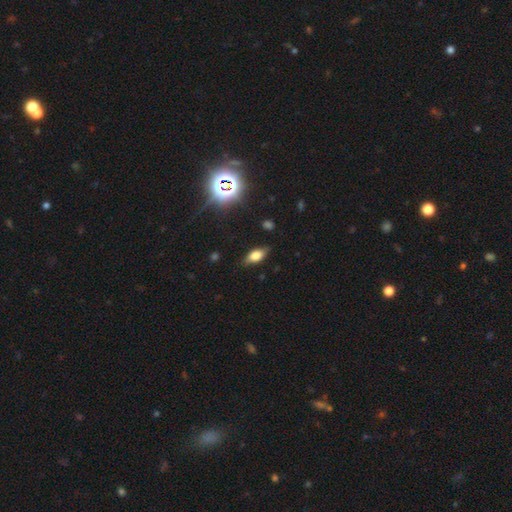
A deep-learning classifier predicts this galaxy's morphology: Q: Smooth or featured?
A: smooth (67%); runner-up: featured or disk (21%)
Q: How rounded?
A: in between (82%); runner-up: cigar-shaped (13%)
Q: Merging?
A: none (83%); runner-up: minor disturbance (13%)